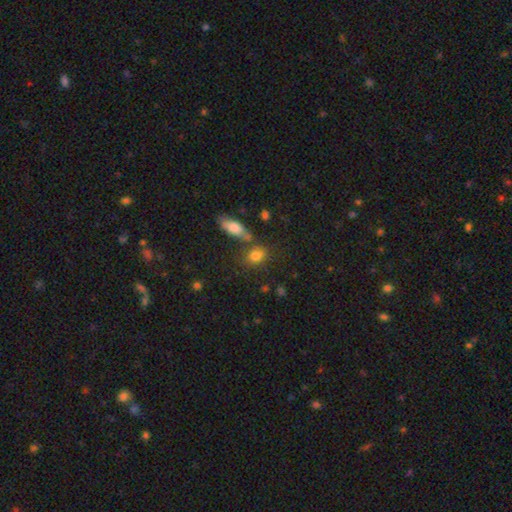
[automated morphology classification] type=smooth (79%); roundness=in between (60%); merging=none (60%).